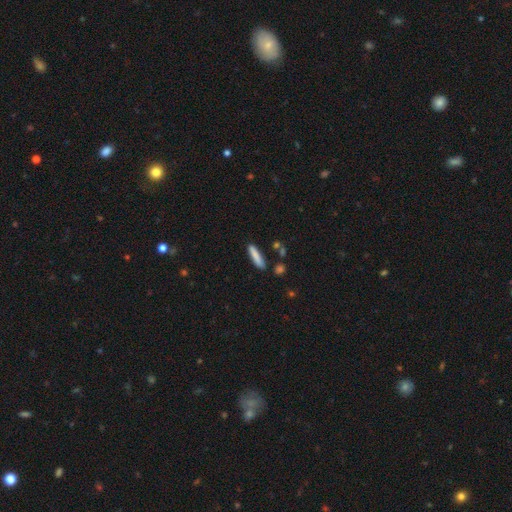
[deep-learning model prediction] A smooth galaxy with no disk features (83%) that is cigar-shaped (85%).

Vote fractions:
- Smooth or featured? smooth: 83% / featured or disk: 10% / star or artifact: 6%
- How rounded? cigar-shaped: 85% / in between: 13% / round: 2%
- Merging? none: 84% / minor disturbance: 11% / merger: 4% / major disturbance: 2%